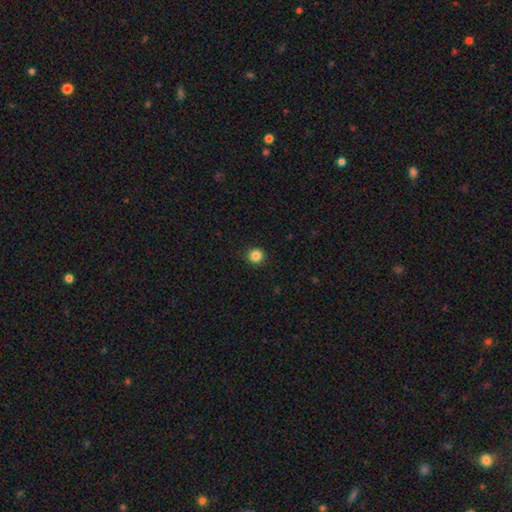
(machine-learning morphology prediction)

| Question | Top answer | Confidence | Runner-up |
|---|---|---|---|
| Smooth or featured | smooth | 84% | star or artifact (12%) |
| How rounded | round | 95% | in between (4%) |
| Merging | none | 93% | minor disturbance (4%) |